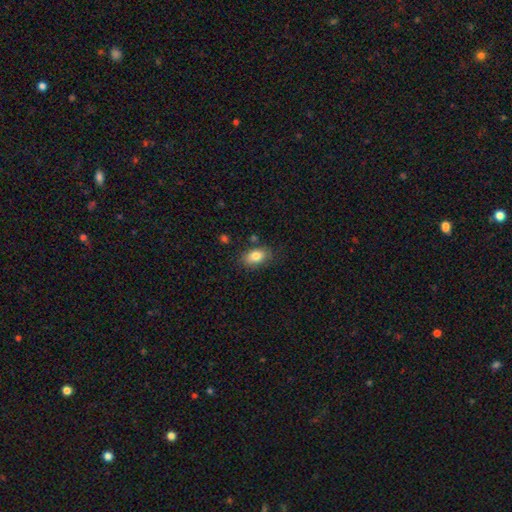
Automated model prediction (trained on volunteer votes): smooth_or_featured: smooth (p=0.82) [alt: featured or disk p=0.10]
how_rounded: in between (p=0.86) [alt: round p=0.12]
merging: none (p=0.80) [alt: minor disturbance p=0.13]